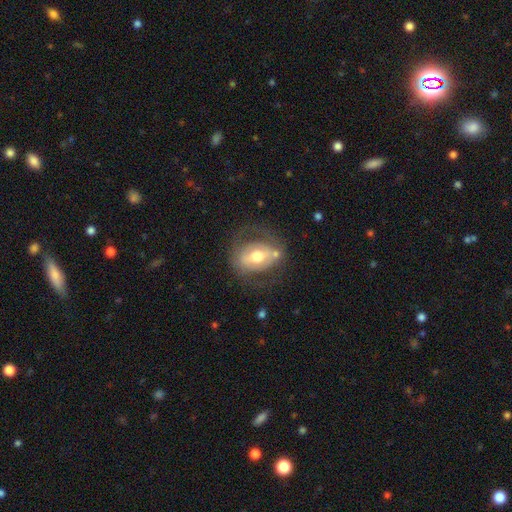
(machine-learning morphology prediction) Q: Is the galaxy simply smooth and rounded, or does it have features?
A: featured or disk — 59%.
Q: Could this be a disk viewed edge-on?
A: no — 94%.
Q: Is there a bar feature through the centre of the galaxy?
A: no — 39%.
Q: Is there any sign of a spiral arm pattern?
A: no — 57%.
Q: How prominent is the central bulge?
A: moderate — 70%.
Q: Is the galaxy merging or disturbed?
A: none — 59%.